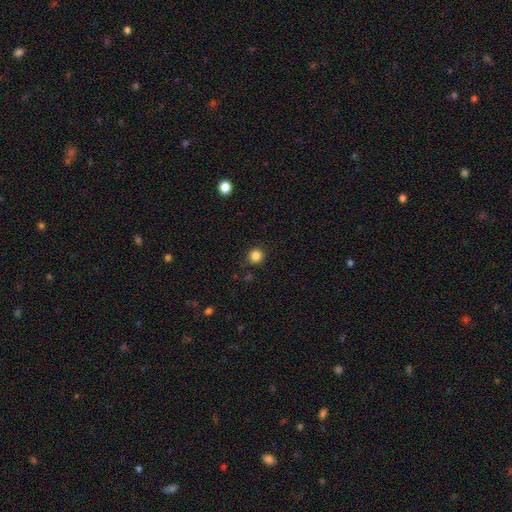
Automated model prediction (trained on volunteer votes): Smooth or featured? Predicted: smooth (p=0.84). How rounded? Predicted: round (p=0.94). Merging? Predicted: none (p=0.90).